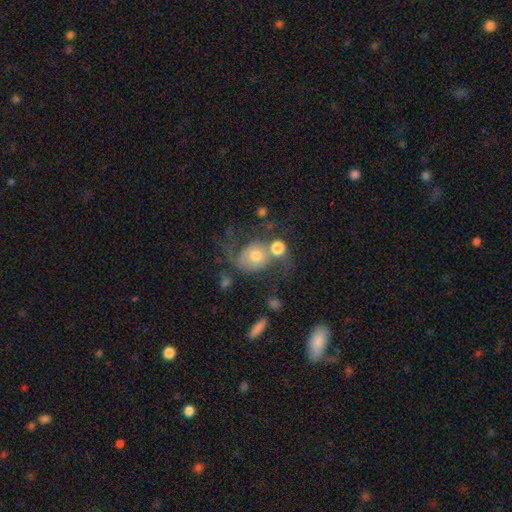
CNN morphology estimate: Smooth or featured? Predicted: featured or disk (p=0.46). Merging? Predicted: none (p=0.29).